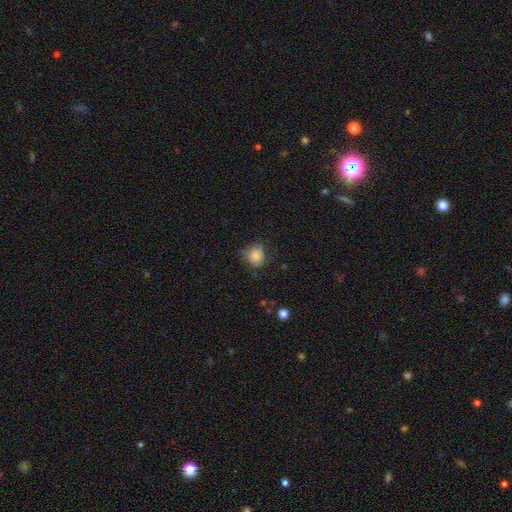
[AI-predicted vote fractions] Smooth or featured: smooth — 83% (star or artifact — 10%)
How rounded: round — 69% (in between — 30%)
Merging: none — 59% (minor disturbance — 30%)